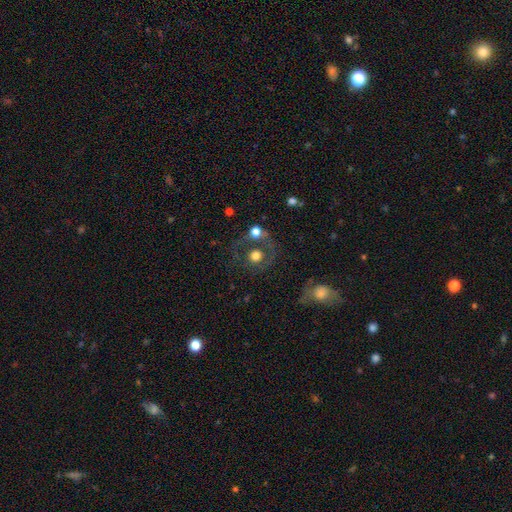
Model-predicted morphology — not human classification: Smooth or featured?
  - smooth: 54% *
  - featured or disk: 34%
  - star or artifact: 12%
How rounded?
  - round: 87% *
  - in between: 12%
  - cigar-shaped: 1%
Merging?
  - none: 57% *
  - merger: 18%
  - minor disturbance: 13%
  - major disturbance: 12%